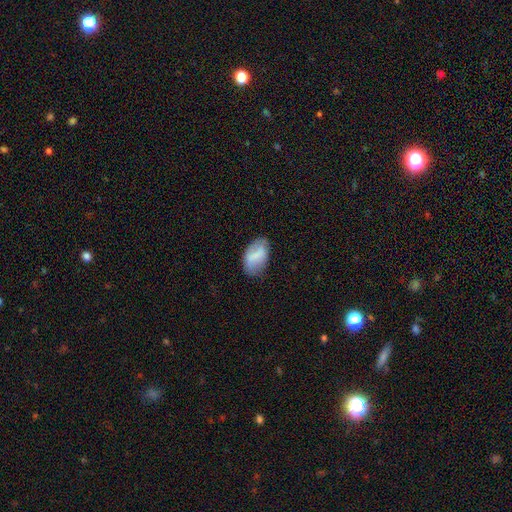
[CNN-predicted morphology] This appears to be a smooth galaxy with no disk features (66%) that is in between round and cigar-shaped (91%). Merging: none (68%).